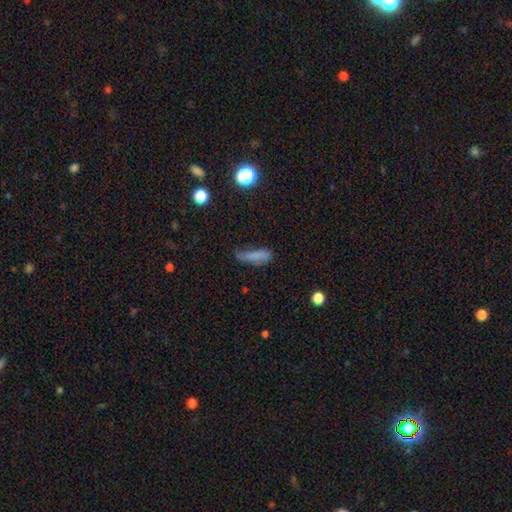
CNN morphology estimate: Smooth or featured?
  - smooth: 73% *
  - featured or disk: 15%
  - star or artifact: 12%
How rounded?
  - cigar-shaped: 61% *
  - in between: 36%
  - round: 3%
Merging?
  - none: 50% *
  - minor disturbance: 32%
  - major disturbance: 15%
  - merger: 4%